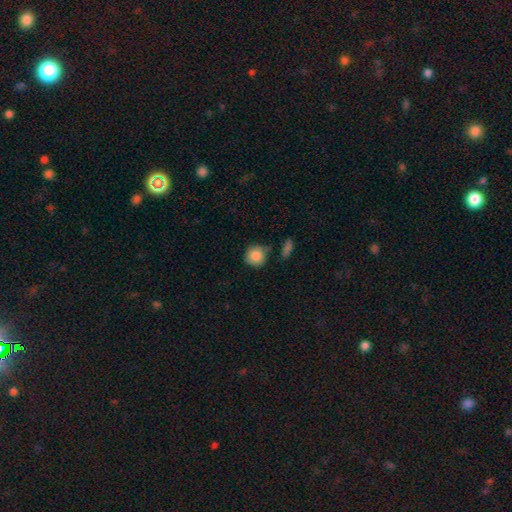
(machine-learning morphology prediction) smooth_or_featured: smooth (p=0.85) [alt: star or artifact p=0.08]
how_rounded: round (p=0.89) [alt: in between p=0.10]
merging: none (p=0.71) [alt: minor disturbance p=0.18]